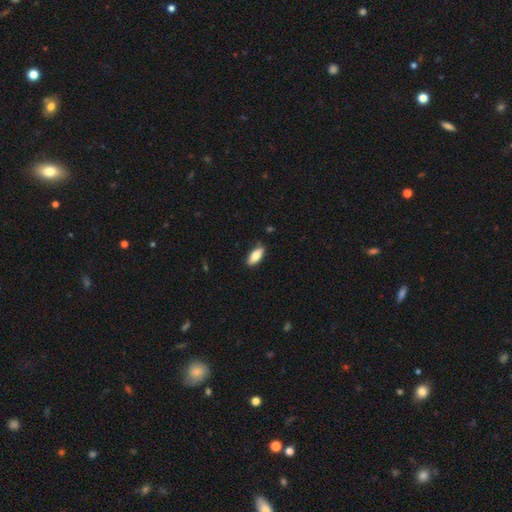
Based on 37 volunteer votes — Smooth or featured?
  - smooth: 78% *
  - featured or disk: 16%
  - star or artifact: 5%
How rounded?
  - in between: 86% *
  - cigar-shaped: 14%
  - round: 0%
Merging?
  - none: 89% *
  - minor disturbance: 9%
  - merger: 3%
  - major disturbance: 0%